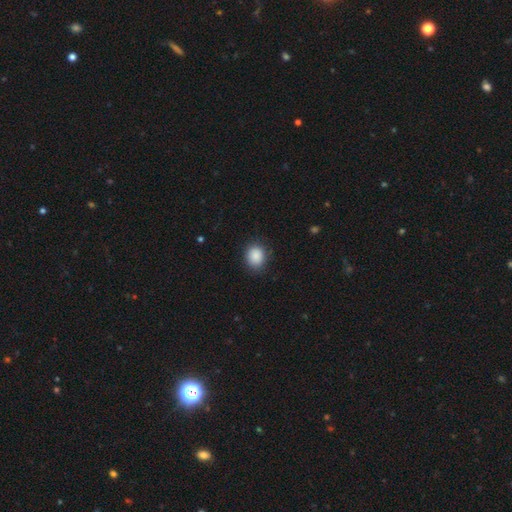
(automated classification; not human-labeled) A smooth galaxy with no disk features (88%) that is round (63%).

Vote fractions:
- Smooth or featured? smooth: 88% / star or artifact: 9% / featured or disk: 4%
- How rounded? round: 63% / in between: 36% / cigar-shaped: 1%
- Merging? none: 85% / minor disturbance: 11% / major disturbance: 3% / merger: 1%